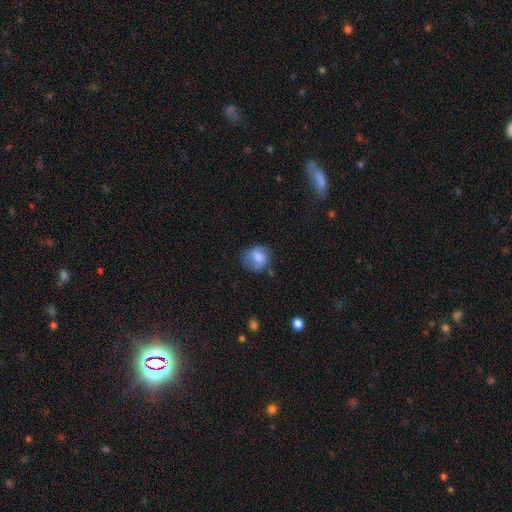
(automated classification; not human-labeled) The model was most divided on "merging": none: 55%, minor disturbance: 28%, major disturbance: 14%, merger: 3%. More confident: smooth or featured — smooth (70%); how rounded — round (67%).